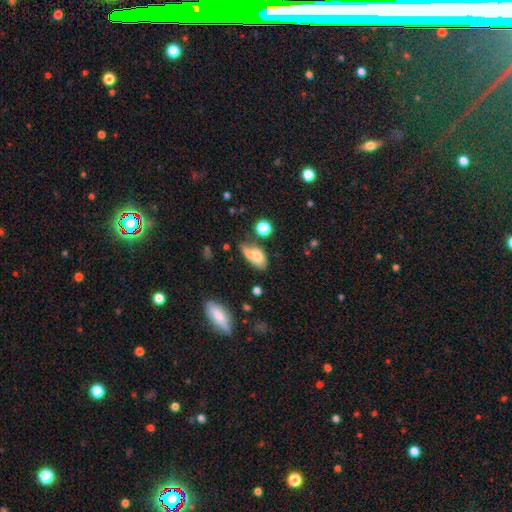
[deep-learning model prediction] A smooth galaxy with no disk features (67%) that is in between round and cigar-shaped (83%).

Vote fractions:
- Smooth or featured? smooth: 67% / featured or disk: 23% / star or artifact: 10%
- How rounded? in between: 83% / round: 9% / cigar-shaped: 8%
- Merging? none: 31% / merger: 26% / minor disturbance: 24% / major disturbance: 20%